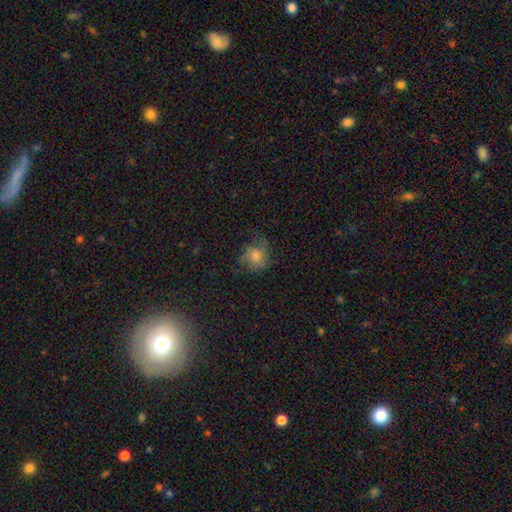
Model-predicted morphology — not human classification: Smooth or featured?
  - smooth: 56% *
  - featured or disk: 27%
  - star or artifact: 17%
How rounded?
  - round: 79% *
  - in between: 20%
  - cigar-shaped: 1%
Merging?
  - none: 63% *
  - minor disturbance: 22%
  - major disturbance: 13%
  - merger: 2%